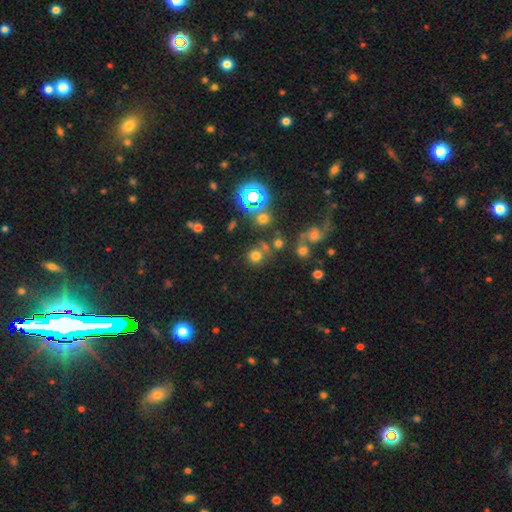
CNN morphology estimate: A smooth galaxy with no disk features (66%) that is round (86%). Merging: none (67%).